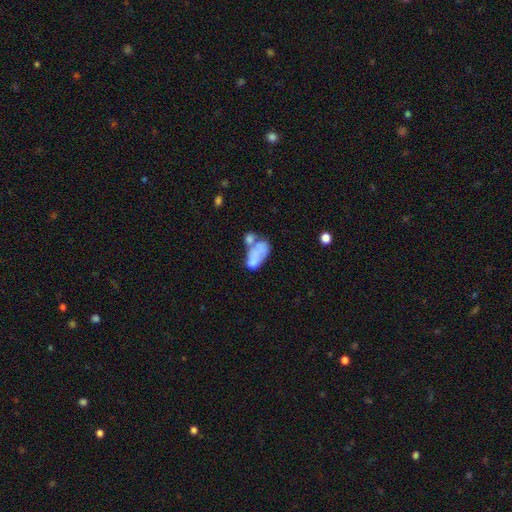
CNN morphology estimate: Smooth or featured?
  - smooth: 54% *
  - featured or disk: 36%
  - star or artifact: 11%
How rounded?
  - in between: 88% *
  - round: 9%
  - cigar-shaped: 3%
Merging?
  - merger: 53% *
  - major disturbance: 18%
  - none: 17%
  - minor disturbance: 12%